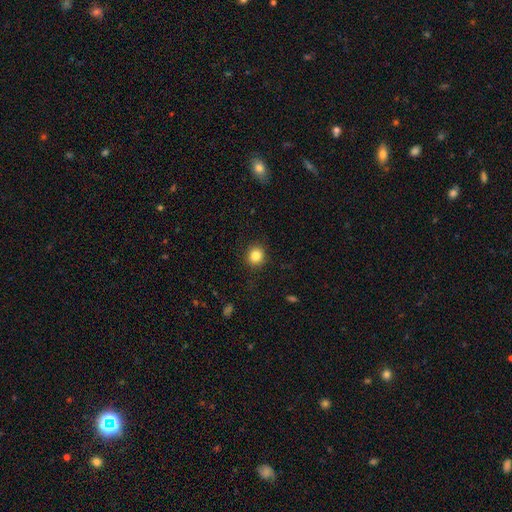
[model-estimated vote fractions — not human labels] smooth_or_featured: smooth (p=0.85) [alt: star or artifact p=0.10]
how_rounded: round (p=0.88) [alt: in between p=0.11]
merging: none (p=0.90) [alt: minor disturbance p=0.07]